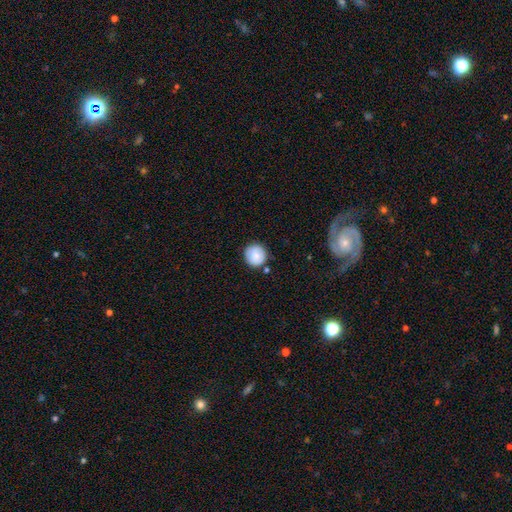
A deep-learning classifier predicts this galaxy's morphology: This is clearly a smooth galaxy (83%). How rounded: clearly round (93%). Merging: clearly none (82%).